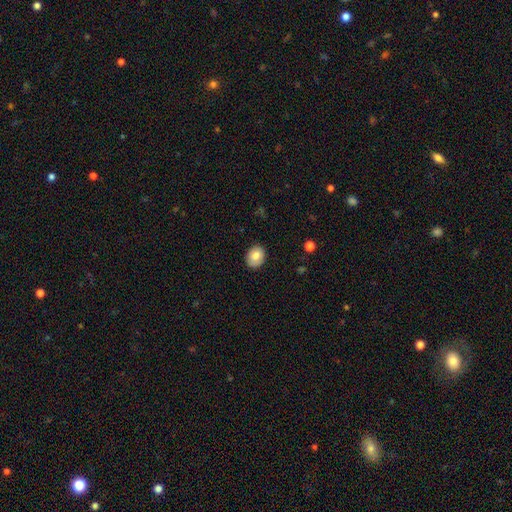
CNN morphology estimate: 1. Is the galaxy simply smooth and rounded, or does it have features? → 79% smooth, 13% featured or disk, 8% star or artifact.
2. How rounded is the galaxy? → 50% in between, 49% round, 1% cigar-shaped.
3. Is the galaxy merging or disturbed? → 86% none, 11% minor disturbance, 2% major disturbance, 1% merger.